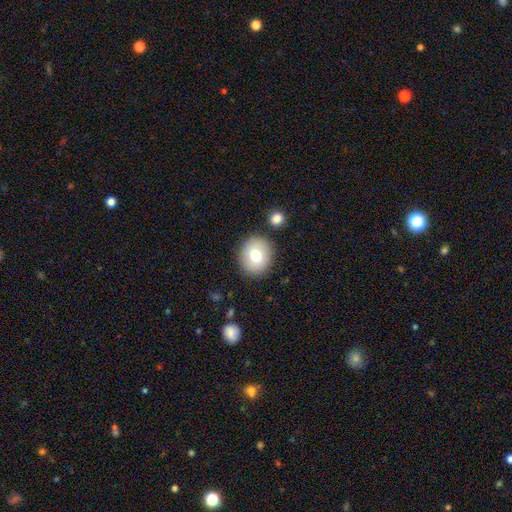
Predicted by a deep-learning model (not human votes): smooth-or-featured: smooth: 75% | featured or disk: 16% | star or artifact: 9%
  how-rounded: round: 77% | in between: 22% | cigar-shaped: 1%
  merging: none: 85% | minor disturbance: 9% | merger: 4% | major disturbance: 3%